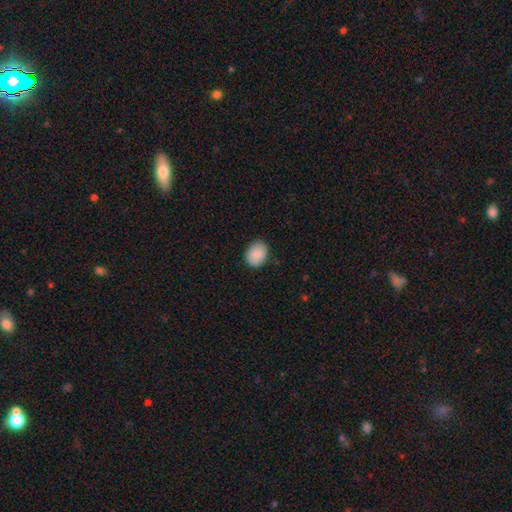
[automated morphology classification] smooth 89%, star or artifact 7%, featured or disk 5%. Down the decision tree: how rounded — in between (56%); merging — none (86%).